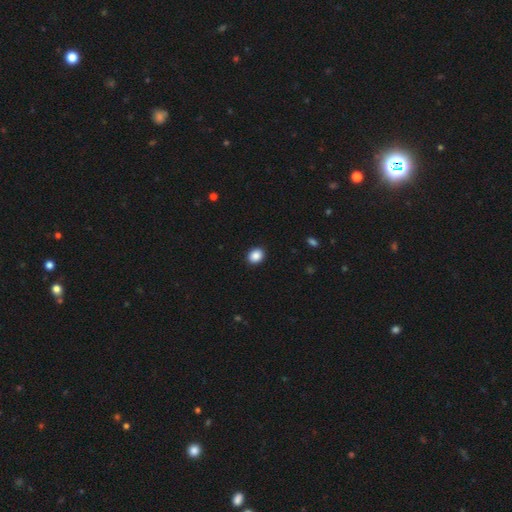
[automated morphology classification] A smooth galaxy with no disk features (89%) that is round (51%).

Vote fractions:
- Smooth or featured? smooth: 89% / star or artifact: 9% / featured or disk: 3%
- How rounded? round: 51% / in between: 48% / cigar-shaped: 1%
- Merging? none: 92% / minor disturbance: 6% / major disturbance: 2% / merger: 1%